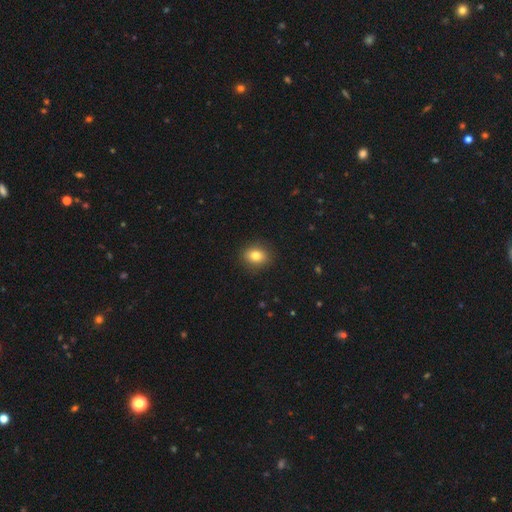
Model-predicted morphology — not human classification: Smooth or featured? Predicted: smooth (p=0.81). How rounded? Predicted: round (p=0.53). Merging? Predicted: none (p=0.90).